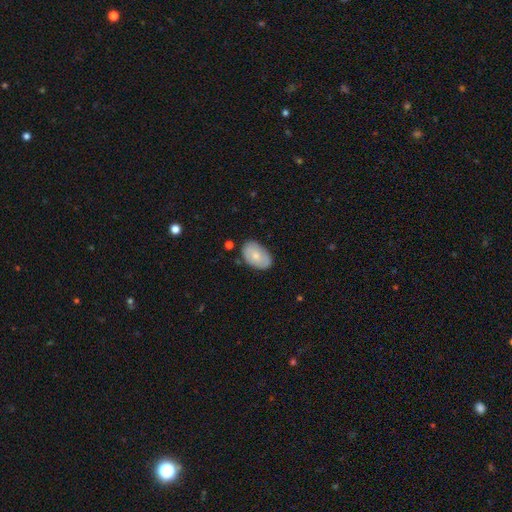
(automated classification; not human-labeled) Smooth or featured: smooth — 73% (featured or disk — 21%)
How rounded: in between — 91% (round — 8%)
Merging: none — 77% (minor disturbance — 17%)